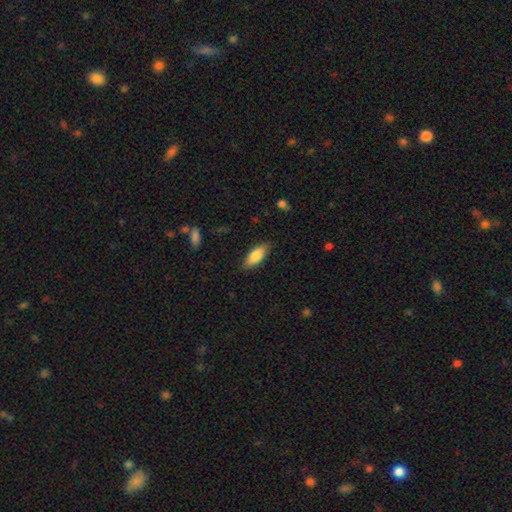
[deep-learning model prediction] Q: Smooth or featured?
A: smooth (82%); runner-up: featured or disk (12%)
Q: How rounded?
A: in between (77%); runner-up: cigar-shaped (21%)
Q: Merging?
A: none (85%); runner-up: minor disturbance (11%)